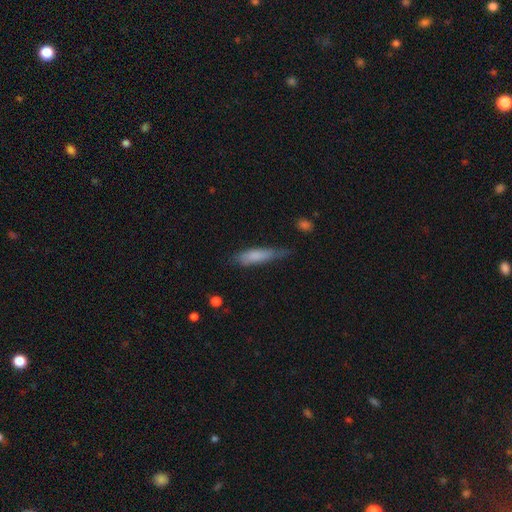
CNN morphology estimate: Smooth or featured? Predicted: smooth (p=0.75). How rounded? Predicted: cigar-shaped (p=0.76). Merging? Predicted: none (p=0.57).